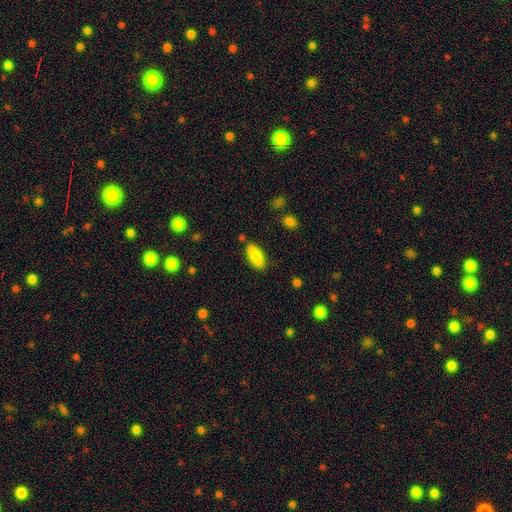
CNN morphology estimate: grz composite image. It shows a smooth galaxy with no disk features (86%) that is in between round and cigar-shaped (83%). Merging: none (83%).